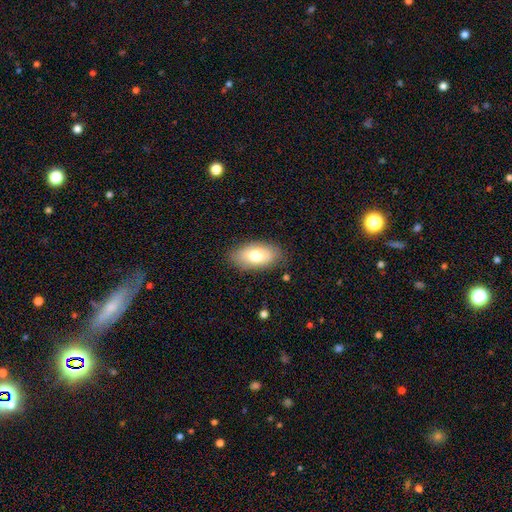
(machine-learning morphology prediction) A smooth galaxy with no disk features (72%) that is in between round and cigar-shaped (92%).

Vote fractions:
- Smooth or featured? smooth: 72% / featured or disk: 21% / star or artifact: 7%
- How rounded? in between: 92% / round: 4% / cigar-shaped: 4%
- Merging? none: 80% / minor disturbance: 15% / major disturbance: 4% / merger: 1%